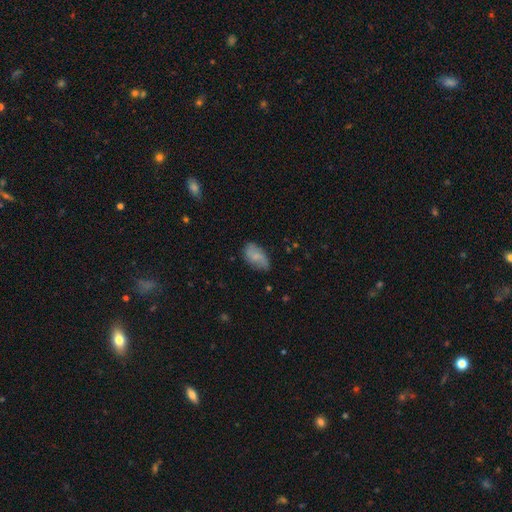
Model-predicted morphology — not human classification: Smooth or featured? smooth (71%)
How rounded? in between (93%)
Merging? none (64%)